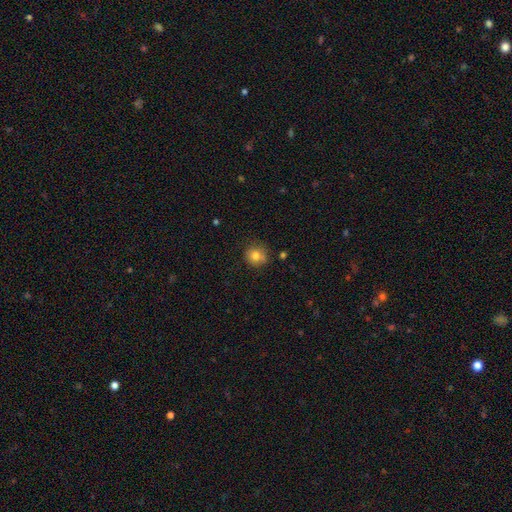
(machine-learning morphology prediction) A smooth galaxy with no disk features (77%) that is round (85%). Merging: none (73%).